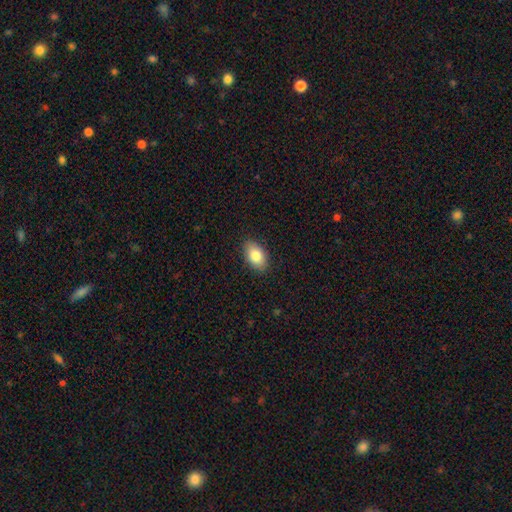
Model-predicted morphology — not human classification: Smooth or featured? Predicted: smooth (p=0.84). How rounded? Predicted: in between (p=0.91). Merging? Predicted: none (p=0.88).